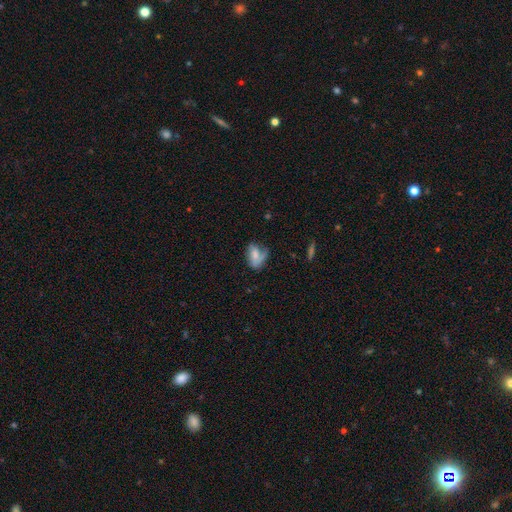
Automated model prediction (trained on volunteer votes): Smooth or featured?
  - smooth: 52% *
  - featured or disk: 38%
  - star or artifact: 9%
How rounded?
  - in between: 83% *
  - round: 13%
  - cigar-shaped: 4%
Merging?
  - none: 39% *
  - major disturbance: 29%
  - minor disturbance: 28%
  - merger: 5%